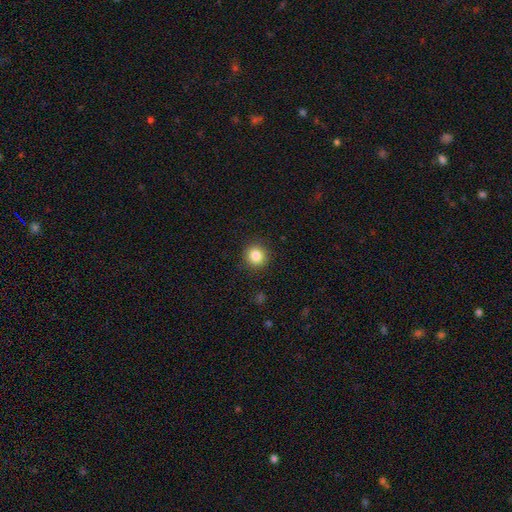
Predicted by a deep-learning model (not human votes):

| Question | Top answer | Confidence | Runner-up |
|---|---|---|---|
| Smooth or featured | smooth | 85% | star or artifact (11%) |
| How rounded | round | 90% | in between (9%) |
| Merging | none | 90% | minor disturbance (6%) |